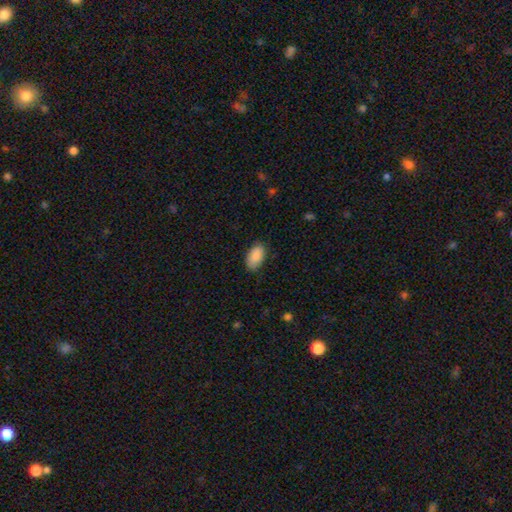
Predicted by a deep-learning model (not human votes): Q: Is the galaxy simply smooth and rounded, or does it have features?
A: smooth — 89%.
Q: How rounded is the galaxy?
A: in between — 94%.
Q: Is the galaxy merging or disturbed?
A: none — 81%.